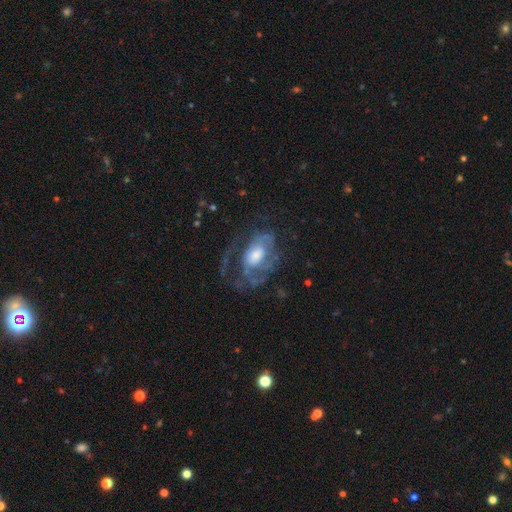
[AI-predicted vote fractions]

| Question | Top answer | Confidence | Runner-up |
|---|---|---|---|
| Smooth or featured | featured or disk | 77% | smooth (16%) |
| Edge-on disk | no | 96% | yes (4%) |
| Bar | no | 63% | weak (30%) |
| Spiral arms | yes | 81% | no (19%) |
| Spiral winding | medium | 41% | tight (39%) |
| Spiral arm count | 2 | 35% | can't tell (30%) |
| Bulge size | moderate | 48% | large (28%) |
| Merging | none | 46% | major disturbance (32%) |